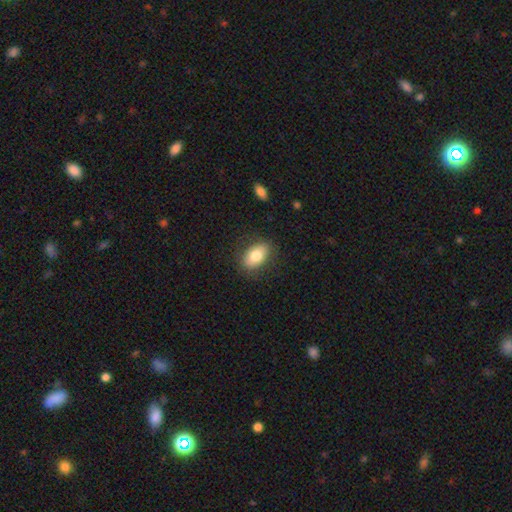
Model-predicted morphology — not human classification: Smooth or featured?
  - smooth: 78% *
  - featured or disk: 15%
  - star or artifact: 7%
How rounded?
  - in between: 89% *
  - round: 9%
  - cigar-shaped: 2%
Merging?
  - none: 83% *
  - minor disturbance: 12%
  - major disturbance: 4%
  - merger: 1%